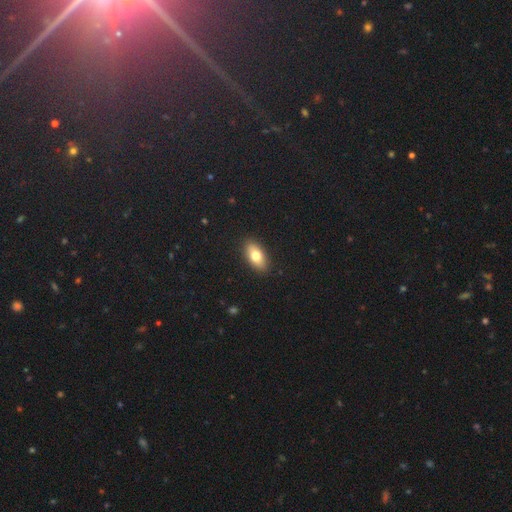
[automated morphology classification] A smooth galaxy with no disk features (76%) that is in between round and cigar-shaped (89%).

Vote fractions:
- Smooth or featured? smooth: 76% / featured or disk: 17% / star or artifact: 7%
- How rounded? in between: 89% / cigar-shaped: 6% / round: 5%
- Merging? none: 89% / minor disturbance: 8% / major disturbance: 2% / merger: 1%